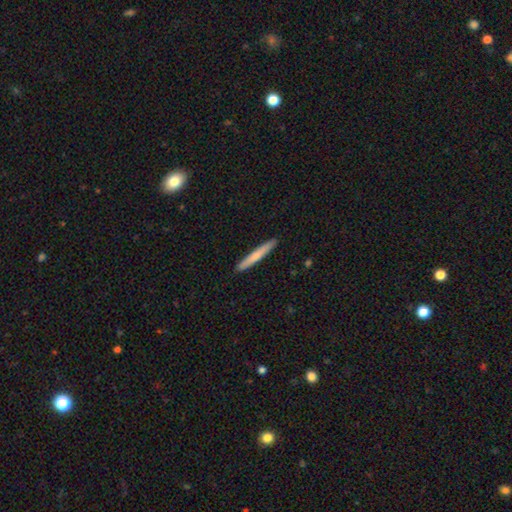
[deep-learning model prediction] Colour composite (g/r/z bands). It shows a smooth galaxy with no disk features (67%) that is cigar-shaped (96%). Merging: none (92%).